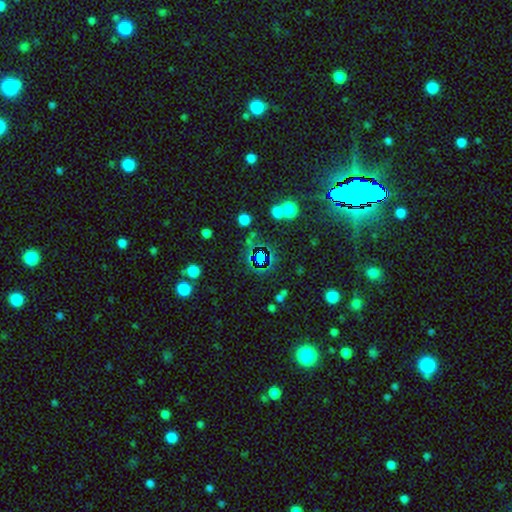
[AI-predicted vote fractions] Smooth or featured? star or artifact (61%)